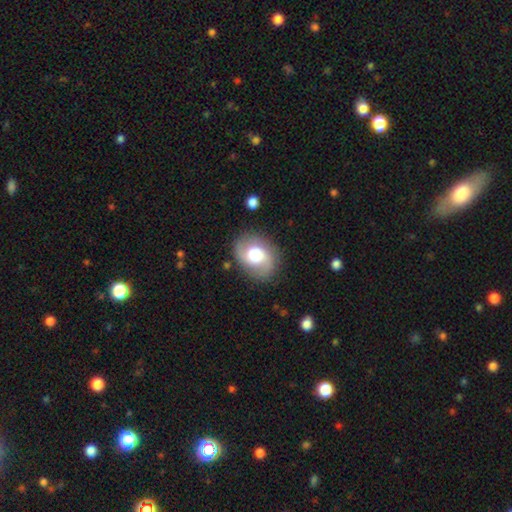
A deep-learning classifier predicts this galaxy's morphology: Smooth or featured? Predicted: featured or disk (p=0.55). Edge-on disk? Predicted: no (p=0.96). Bar? Predicted: no (p=0.57). Spiral arms? Predicted: yes (p=0.78). Bulge size? Predicted: moderate (p=0.57). Merging? Predicted: none (p=0.78).